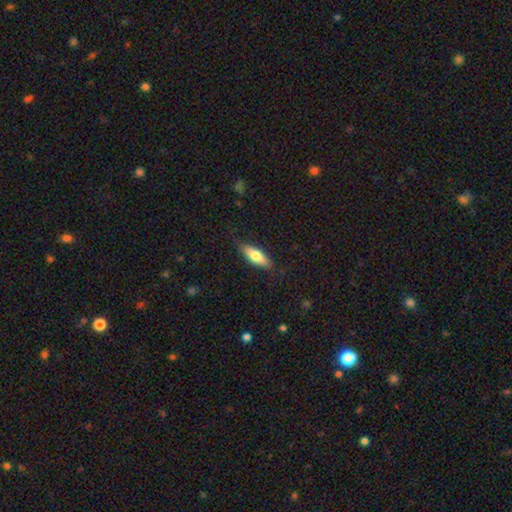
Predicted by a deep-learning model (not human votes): This appears to be a smooth galaxy with no disk features (65%) that is in between round and cigar-shaped (56%). Merging: none (83%).